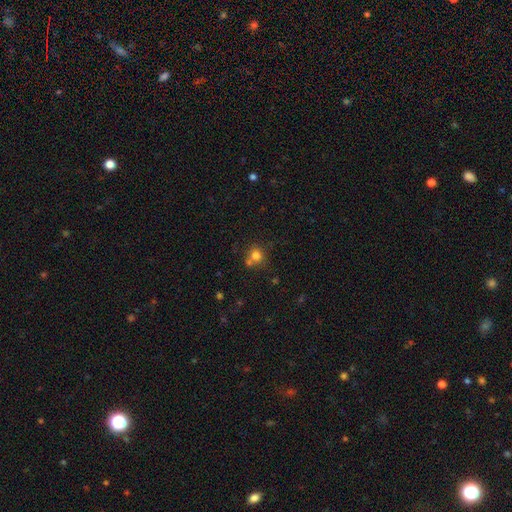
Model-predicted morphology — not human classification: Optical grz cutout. It shows a smooth galaxy with no disk features (77%) that is round (85%). Merging: none (58%).